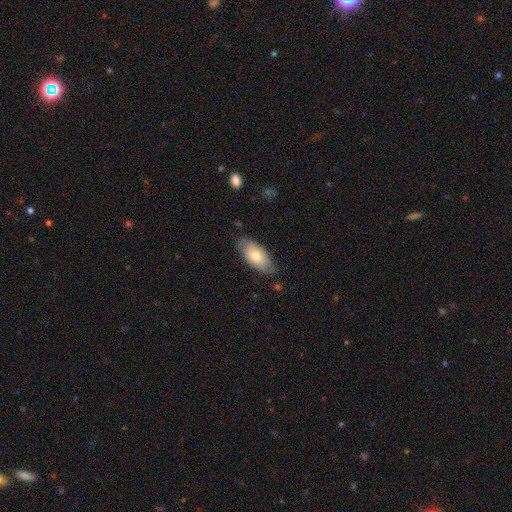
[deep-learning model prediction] smooth_or_featured: smooth (p=0.60) [alt: featured or disk p=0.34]
how_rounded: in between (p=0.91) [alt: cigar-shaped p=0.06]
merging: none (p=0.72) [alt: minor disturbance p=0.23]